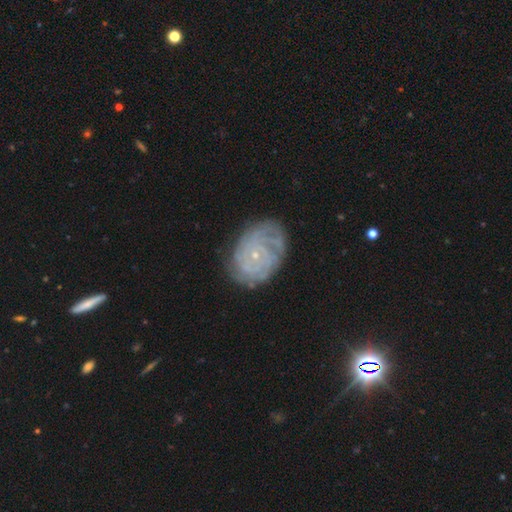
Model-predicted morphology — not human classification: type=featured or disk (77%); edge-on=no (97%); bar=no (82%); spiral arms=yes (91%); winding=tight (77%); arm count=can't tell (43%); bulge=small (86%); merging=none (74%).